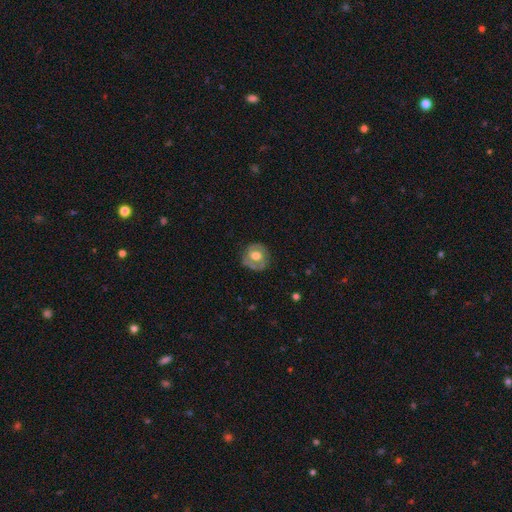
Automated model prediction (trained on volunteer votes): Q: Smooth or featured?
A: featured or disk (54%); runner-up: smooth (39%)
Q: Edge-on disk?
A: no (96%); runner-up: yes (4%)
Q: Bar?
A: no (61%); runner-up: weak (30%)
Q: Spiral arms?
A: no (53%); runner-up: yes (47%)
Q: Bulge size?
A: moderate (55%); runner-up: large (36%)
Q: Merging?
A: none (75%); runner-up: minor disturbance (17%)